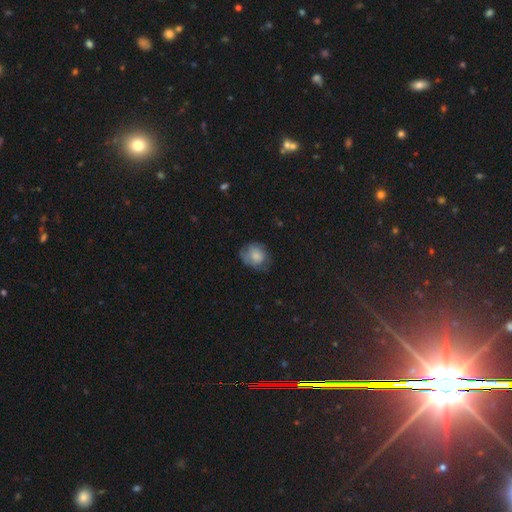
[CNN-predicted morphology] The model was most divided on "how rounded": round: 64%, in between: 35%, cigar-shaped: 1%. More confident: smooth or featured — smooth (71%); merging — none (59%).